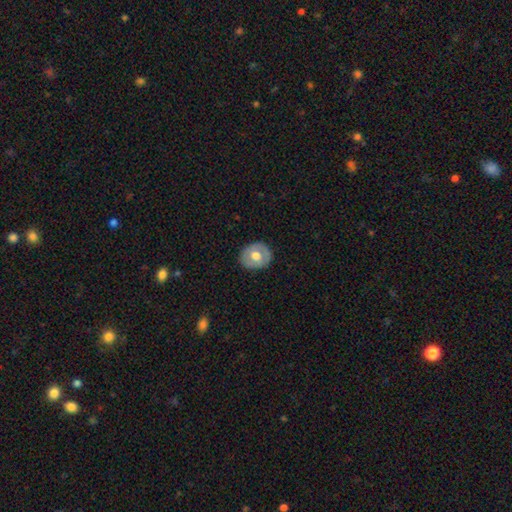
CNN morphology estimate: This is possibly a smooth galaxy (58%). How rounded: likely round (71%). Merging: clearly none (86%).